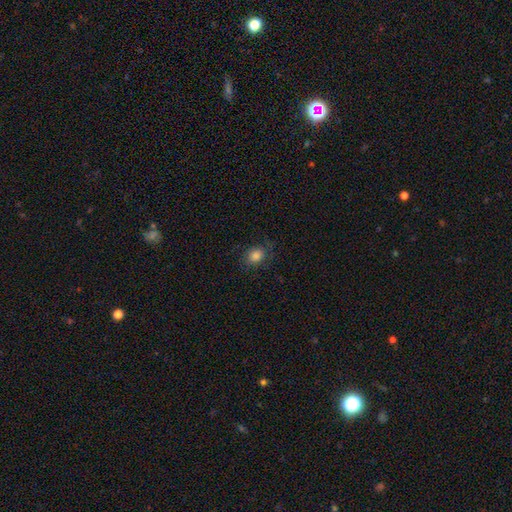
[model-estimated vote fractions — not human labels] This appears to be a smooth galaxy with no disk features (78%) that is round (51%). Merging: none (73%).